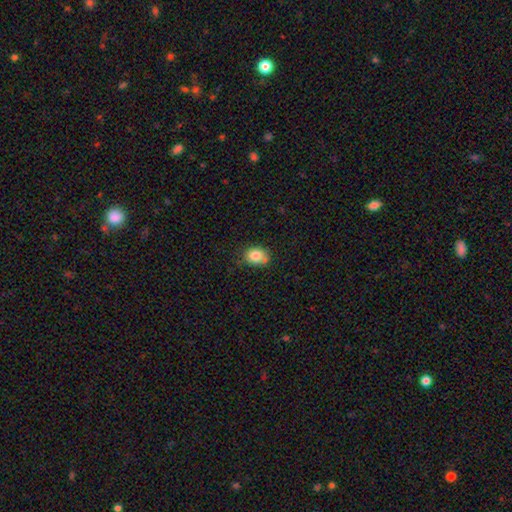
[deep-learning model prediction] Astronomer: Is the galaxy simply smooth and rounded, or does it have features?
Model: smooth — 82%.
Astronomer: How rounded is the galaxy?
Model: round — 50% (runner-up: in between, 49%).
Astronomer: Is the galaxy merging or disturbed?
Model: none — 66%.